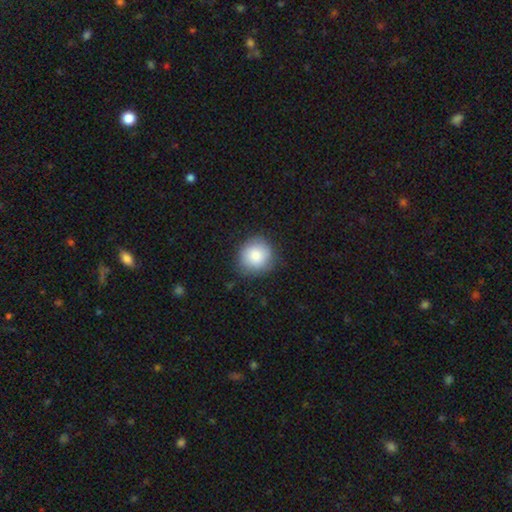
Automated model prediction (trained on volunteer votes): The model was most divided on "merging": none: 81%, minor disturbance: 14%, major disturbance: 3%, merger: 1%. More confident: how rounded — round (89%); smooth or featured — smooth (85%).